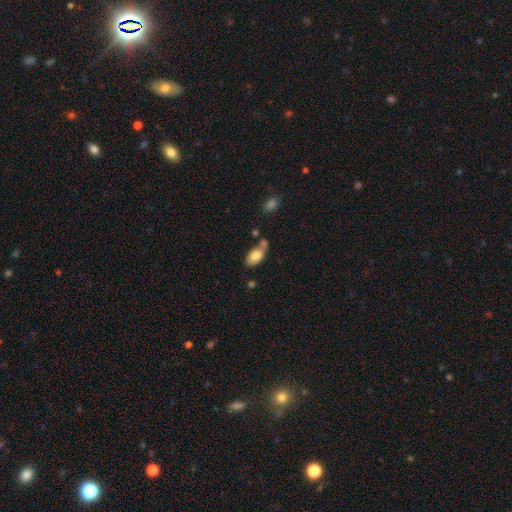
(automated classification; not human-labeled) Smooth or featured: smooth — 82% (featured or disk — 11%)
How rounded: in between — 93% (round — 4%)
Merging: none — 54% (merger — 24%)